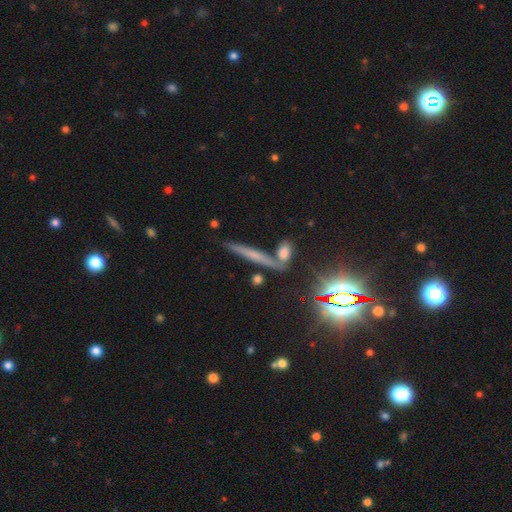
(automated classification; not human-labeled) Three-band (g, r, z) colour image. It shows a smooth galaxy with no disk features (38%). Merging: none (69%).